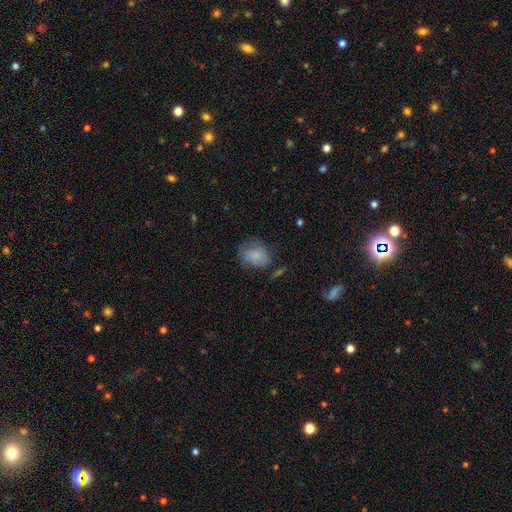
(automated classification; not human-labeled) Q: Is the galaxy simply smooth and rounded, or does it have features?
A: smooth — 74%.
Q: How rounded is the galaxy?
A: in between — 57%.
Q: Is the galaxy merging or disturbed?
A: none — 53%.